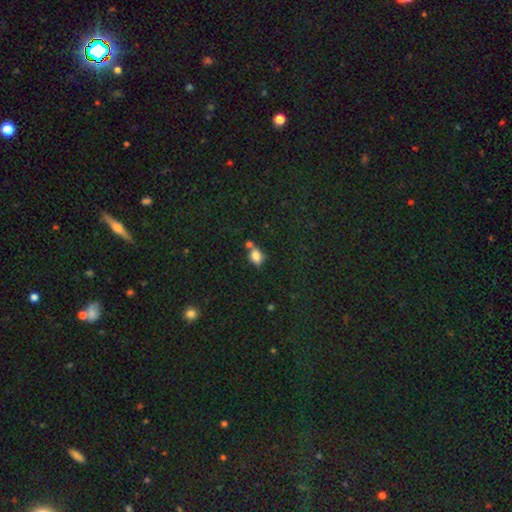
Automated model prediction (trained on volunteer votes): This is likely a smooth galaxy (78%). How rounded: likely in between (74%). Merging: possibly none (52%).